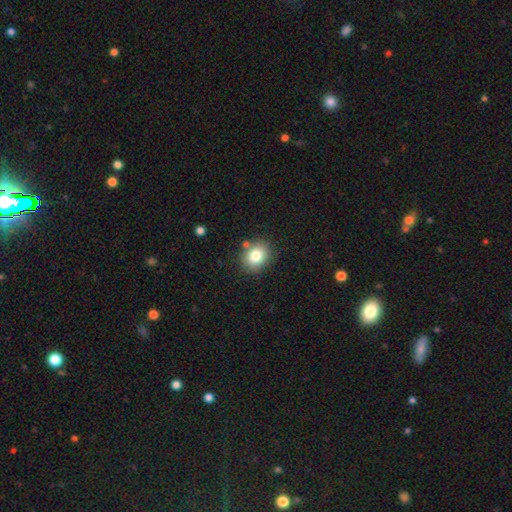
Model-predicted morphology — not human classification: Smooth or featured? Predicted: smooth (p=0.80). How rounded? Predicted: round (p=0.59). Merging? Predicted: none (p=0.81).